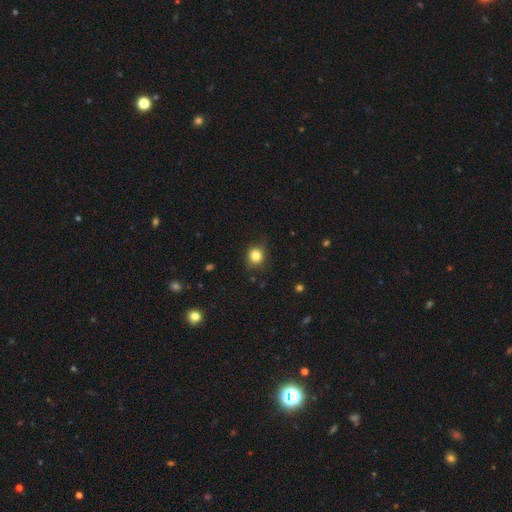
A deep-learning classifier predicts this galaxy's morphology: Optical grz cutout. It shows a smooth galaxy with no disk features (83%) that is round (77%). Merging: none (82%).